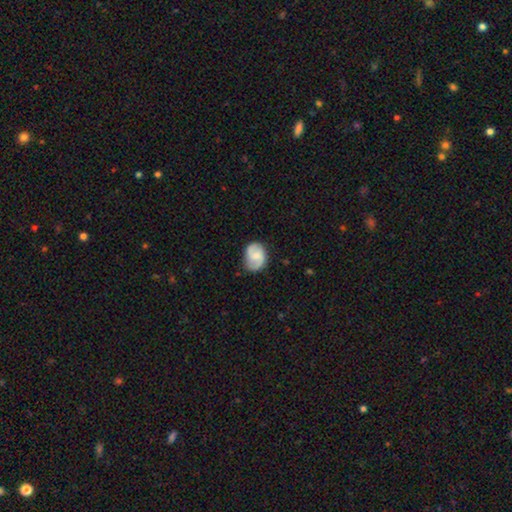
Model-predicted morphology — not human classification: This is likely a featured or disk galaxy (66%). It is clearly not viewed edge-on (98%). Bar: possibly no (46%, tied with weak). Spiral arm pattern: clearly yes (93%). Spiral arm count: clearly 2 (86%). Spiral winding: possibly medium (48%). Central bulge: marginally small (42%). Merging: likely none (75%).